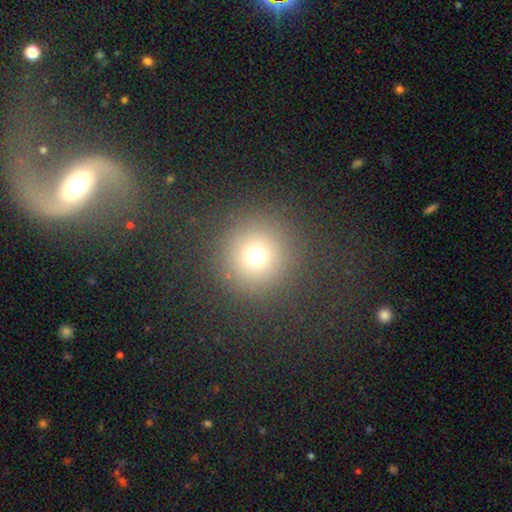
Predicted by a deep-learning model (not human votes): Overall: smooth (70%). How rounded: round (96%). Merging: none (87%).